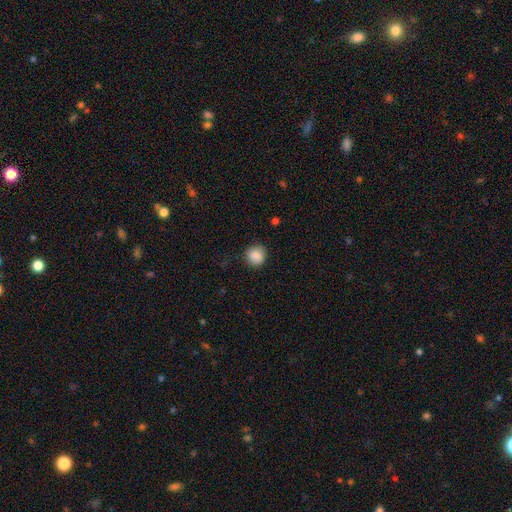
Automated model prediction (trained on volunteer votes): This is clearly a smooth galaxy (88%). How rounded: clearly round (88%). Merging: clearly none (84%).